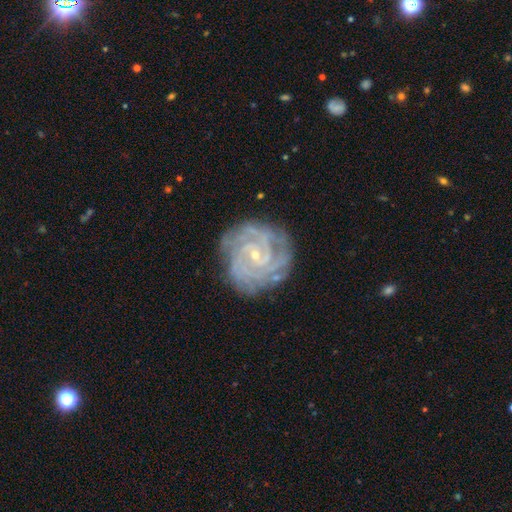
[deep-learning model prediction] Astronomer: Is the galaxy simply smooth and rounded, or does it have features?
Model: featured or disk — 90%.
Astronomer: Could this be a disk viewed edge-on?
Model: no — 98%.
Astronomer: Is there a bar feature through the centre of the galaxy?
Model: no — 58%.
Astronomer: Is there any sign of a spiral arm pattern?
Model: yes — 98%.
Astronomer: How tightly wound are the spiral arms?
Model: tight — 78%.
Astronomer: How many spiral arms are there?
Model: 4 — 24%, tied with 3 at 24%.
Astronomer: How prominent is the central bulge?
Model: small — 83%.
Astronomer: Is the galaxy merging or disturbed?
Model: none — 81%.